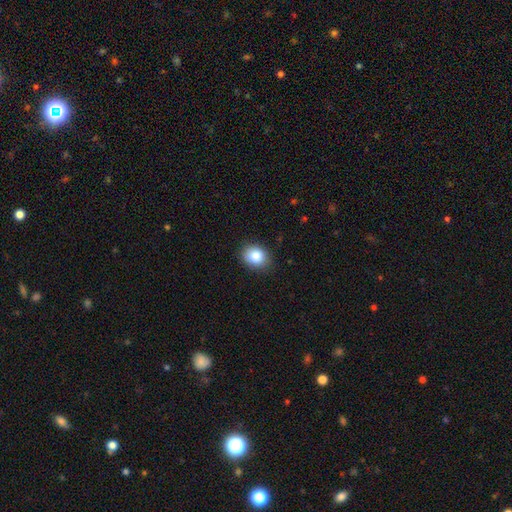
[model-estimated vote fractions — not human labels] This appears to be a smooth galaxy with no disk features (84%) that is round (51%). Merging: none (86%).